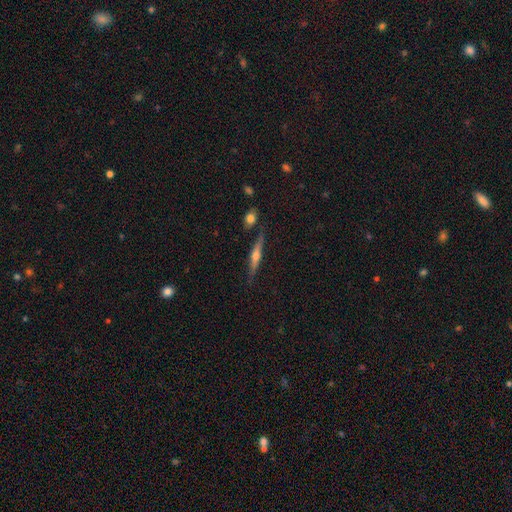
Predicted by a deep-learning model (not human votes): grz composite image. It shows a featured or disk galaxy (70%) viewed edge-on (97%) with a rounded central bulge (89%). Merging: none (81%).